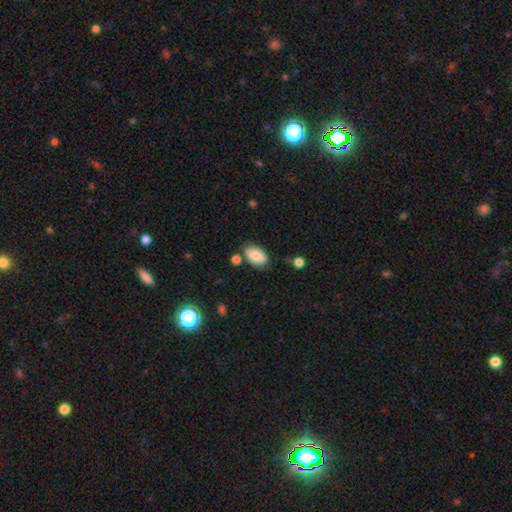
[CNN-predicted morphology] A smooth galaxy with no disk features (84%) that is in between round and cigar-shaped (93%).

Vote fractions:
- Smooth or featured? smooth: 84% / featured or disk: 9% / star or artifact: 7%
- How rounded? in between: 93% / round: 5% / cigar-shaped: 2%
- Merging? none: 72% / minor disturbance: 18% / merger: 6% / major disturbance: 4%